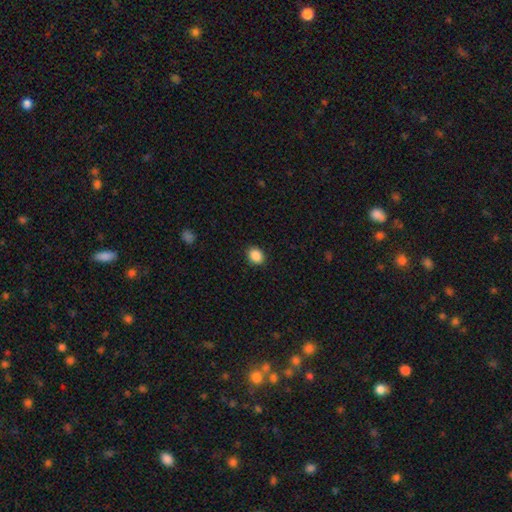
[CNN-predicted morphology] type=smooth (88%); roundness=round (55%); merging=none (90%).